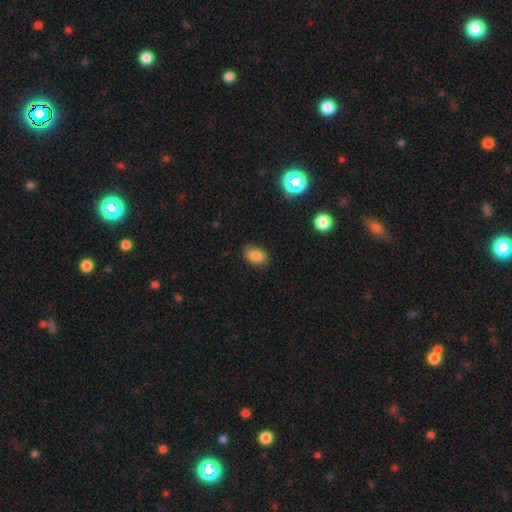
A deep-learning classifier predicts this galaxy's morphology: A smooth galaxy with no disk features (85%) that is in between round and cigar-shaped (88%). Merging: none (82%).